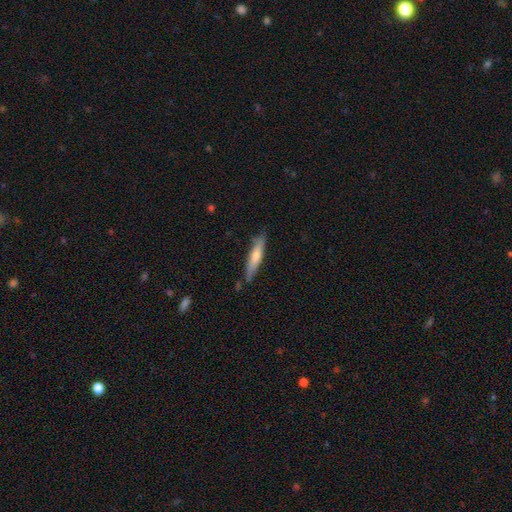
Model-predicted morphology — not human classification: Smooth or featured: smooth — 49% (featured or disk — 44%)
Merging: none — 84% (minor disturbance — 12%)